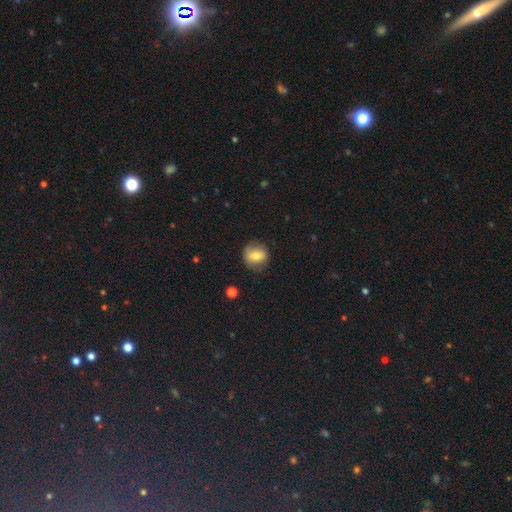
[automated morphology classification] The model was most divided on "how rounded": round: 74%, in between: 24%, cigar-shaped: 2%. More confident: merging — none (80%); smooth or featured — smooth (73%).